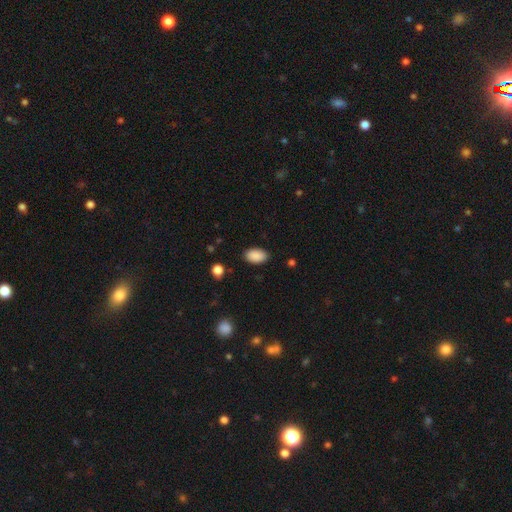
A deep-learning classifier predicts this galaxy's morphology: smooth 90%, star or artifact 7%, featured or disk 3%. Down the decision tree: how rounded — in between (93%); merging — none (87%).